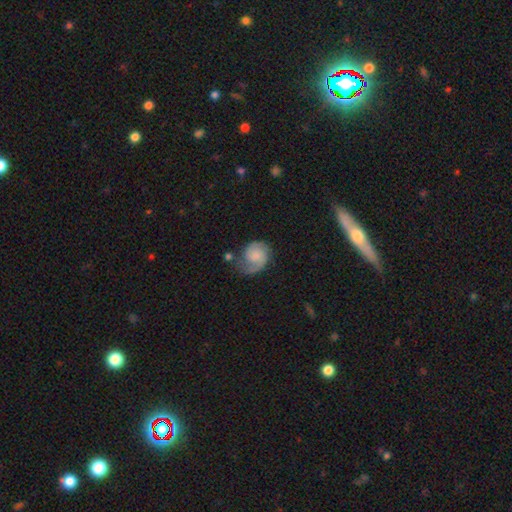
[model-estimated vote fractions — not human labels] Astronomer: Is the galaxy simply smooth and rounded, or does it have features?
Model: featured or disk — 66%.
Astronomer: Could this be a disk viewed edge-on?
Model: no — 98%.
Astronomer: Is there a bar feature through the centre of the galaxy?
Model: no — 66%.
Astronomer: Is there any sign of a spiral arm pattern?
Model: yes — 94%.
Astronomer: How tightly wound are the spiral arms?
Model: medium — 43% (runner-up: tight, 38%).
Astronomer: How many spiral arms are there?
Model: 2 — 70%.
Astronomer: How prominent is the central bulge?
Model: none — 39% (runner-up: small, 30%).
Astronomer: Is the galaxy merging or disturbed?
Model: none — 53%.